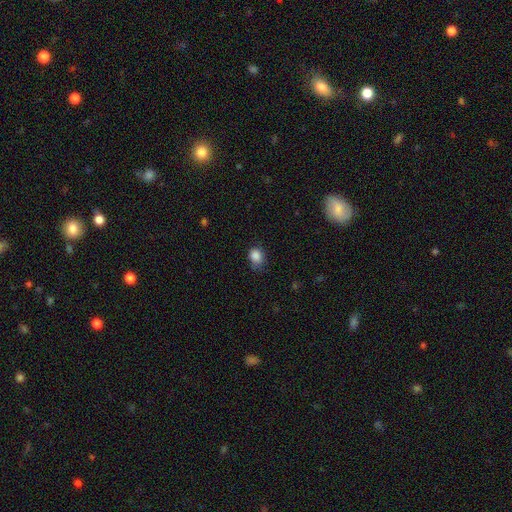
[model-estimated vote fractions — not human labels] This appears to be a smooth galaxy with no disk features (86%) that is round (50%). Merging: none (62%).